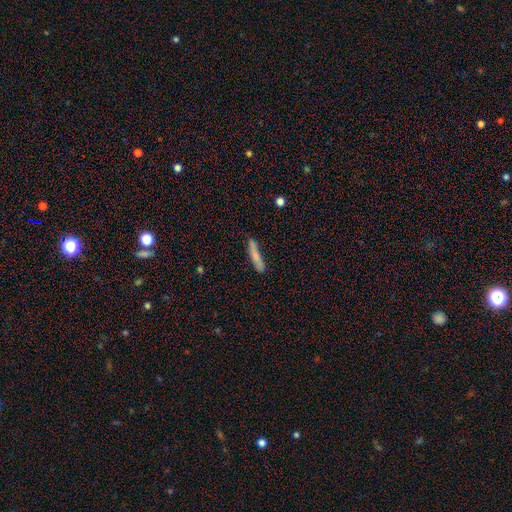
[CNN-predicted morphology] Smooth or featured?
  - smooth: 75% *
  - featured or disk: 20%
  - star or artifact: 6%
How rounded?
  - cigar-shaped: 91% *
  - in between: 7%
  - round: 2%
Merging?
  - none: 80% *
  - minor disturbance: 15%
  - major disturbance: 3%
  - merger: 2%